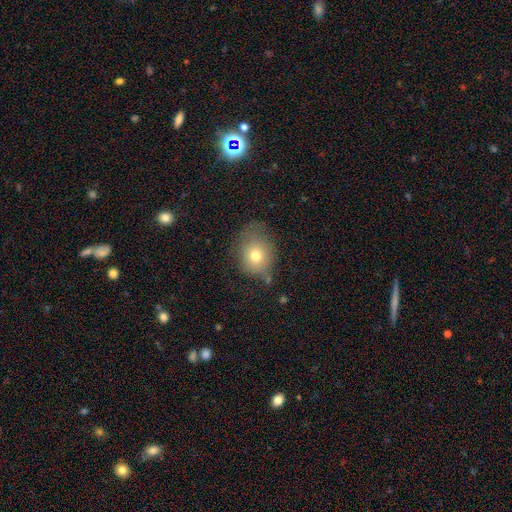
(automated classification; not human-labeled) Smooth or featured: smooth — 72% (featured or disk — 16%)
How rounded: round — 60% (in between — 39%)
Merging: none — 53% (minor disturbance — 30%)